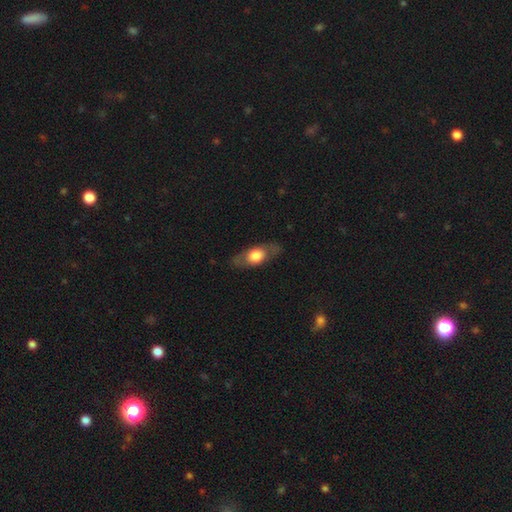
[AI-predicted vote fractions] Smooth or featured? Predicted: smooth (p=0.52). How rounded? Predicted: in between (p=0.73). Merging? Predicted: none (p=0.80).